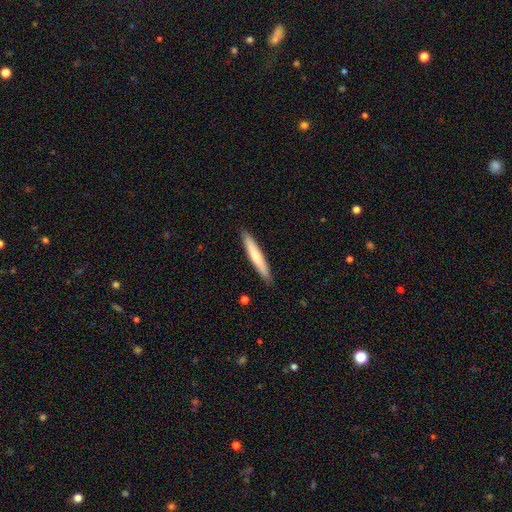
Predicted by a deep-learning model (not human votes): smooth-or-featured: smooth: 67% | featured or disk: 27% | star or artifact: 5%
  how-rounded: cigar-shaped: 94% | in between: 5% | round: 1%
  merging: none: 90% | minor disturbance: 7% | major disturbance: 1% | merger: 1%